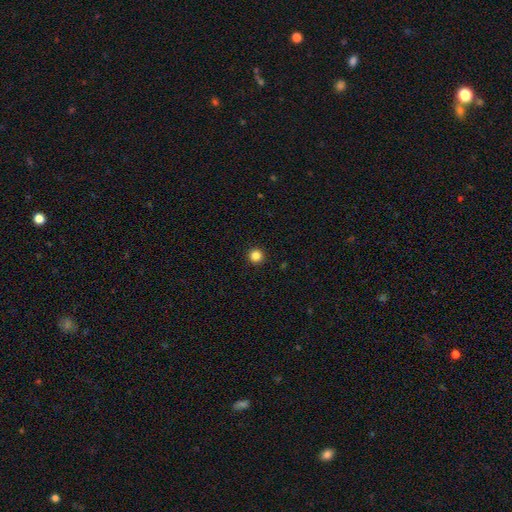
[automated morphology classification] type=smooth (85%); roundness=round (96%); merging=none (94%).